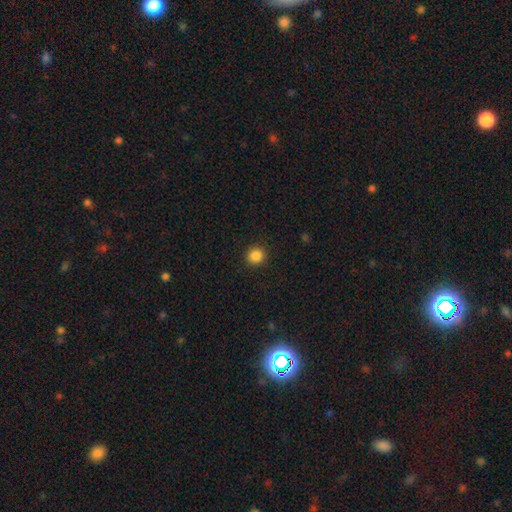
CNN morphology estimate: type=smooth (86%); roundness=round (91%); merging=none (92%).